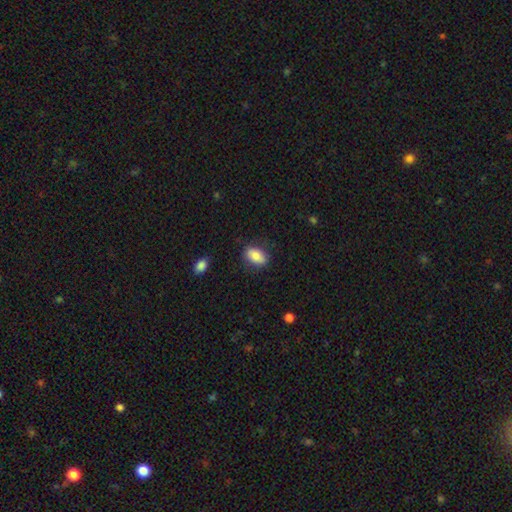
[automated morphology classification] A smooth galaxy with no disk features (82%) that is in between round and cigar-shaped (89%).

Vote fractions:
- Smooth or featured? smooth: 82% / featured or disk: 11% / star or artifact: 7%
- How rounded? in between: 89% / round: 8% / cigar-shaped: 3%
- Merging? none: 82% / minor disturbance: 13% / major disturbance: 4% / merger: 1%